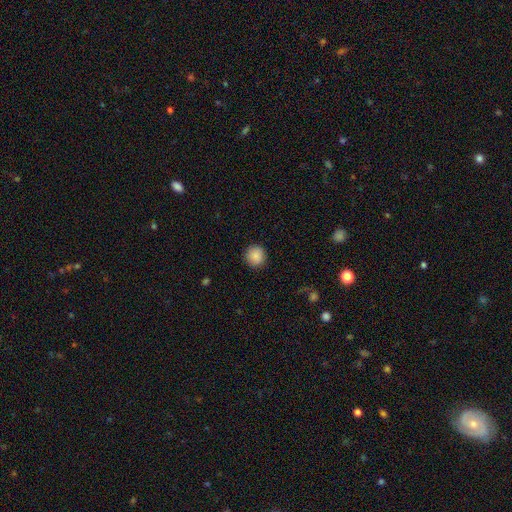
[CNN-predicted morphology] A smooth galaxy with no disk features (88%) that is round (93%). Merging: none (91%).